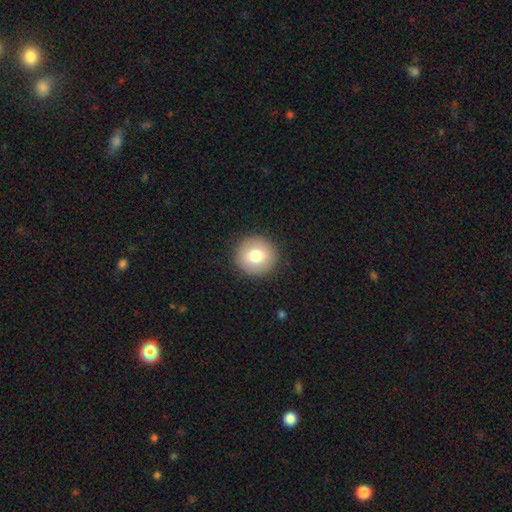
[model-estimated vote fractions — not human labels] Smooth or featured? smooth (78%)
How rounded? round (94%)
Merging? none (92%)